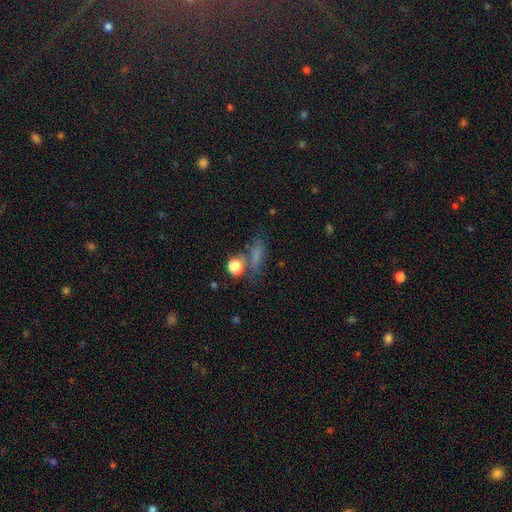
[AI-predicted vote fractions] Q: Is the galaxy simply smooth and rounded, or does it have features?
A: smooth — 62%.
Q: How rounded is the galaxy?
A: cigar-shaped — 46%.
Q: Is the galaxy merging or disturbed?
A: none — 63%.